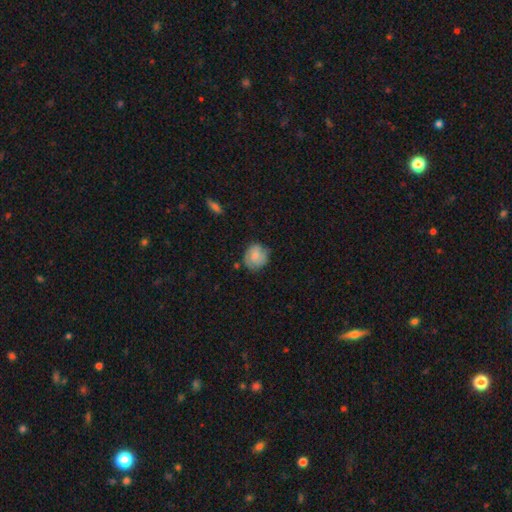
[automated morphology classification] Q: Smooth or featured?
A: smooth (63%); runner-up: featured or disk (29%)
Q: How rounded?
A: round (76%); runner-up: in between (23%)
Q: Merging?
A: none (67%); runner-up: minor disturbance (25%)